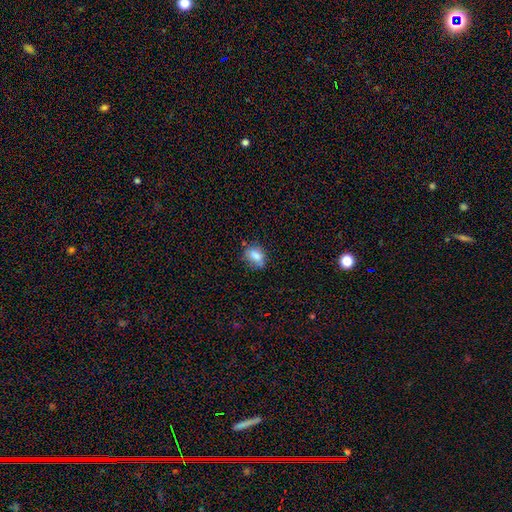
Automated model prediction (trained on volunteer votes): Q: Smooth or featured?
A: smooth (79%); runner-up: featured or disk (11%)
Q: How rounded?
A: in between (60%); runner-up: round (38%)
Q: Merging?
A: none (62%); runner-up: minor disturbance (26%)